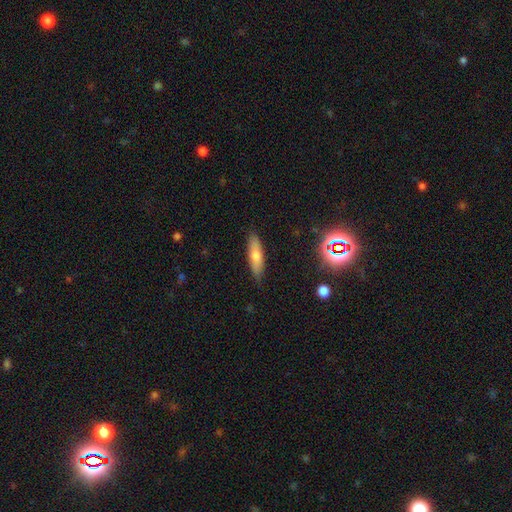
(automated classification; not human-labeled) A smooth galaxy with no disk features (61%) that is cigar-shaped (65%).

Vote fractions:
- Smooth or featured? smooth: 61% / featured or disk: 28% / star or artifact: 11%
- How rounded? cigar-shaped: 65% / in between: 33% / round: 3%
- Merging? none: 87% / minor disturbance: 10% / major disturbance: 2% / merger: 1%